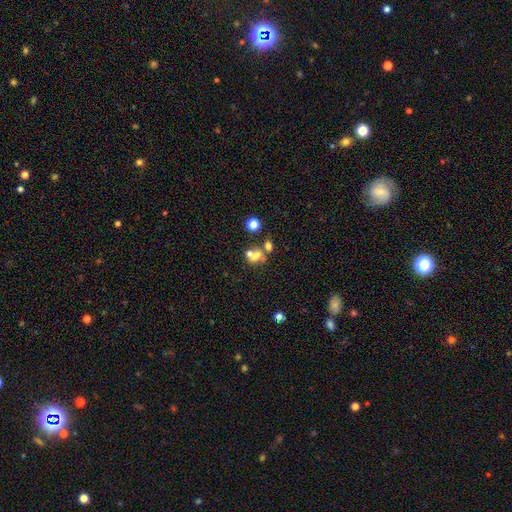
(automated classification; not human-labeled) Smooth or featured: smooth — 57% (featured or disk — 24%)
How rounded: in between — 52% (round — 46%)
Merging: merger — 51% (none — 30%)